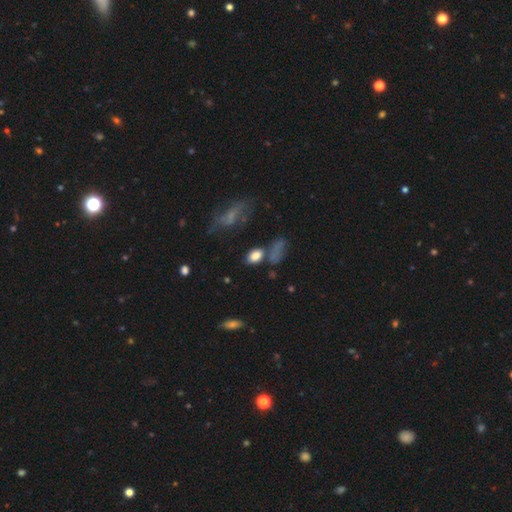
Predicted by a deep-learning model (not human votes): Smooth or featured: smooth — 78% (featured or disk — 11%)
How rounded: in between — 83% (round — 12%)
Merging: none — 58% (minor disturbance — 18%)